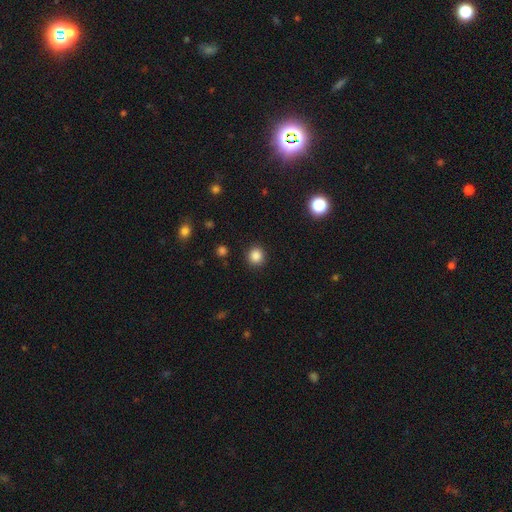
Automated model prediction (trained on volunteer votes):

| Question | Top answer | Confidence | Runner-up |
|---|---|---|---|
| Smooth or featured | smooth | 85% | star or artifact (11%) |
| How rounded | round | 89% | in between (10%) |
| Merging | none | 90% | minor disturbance (6%) |